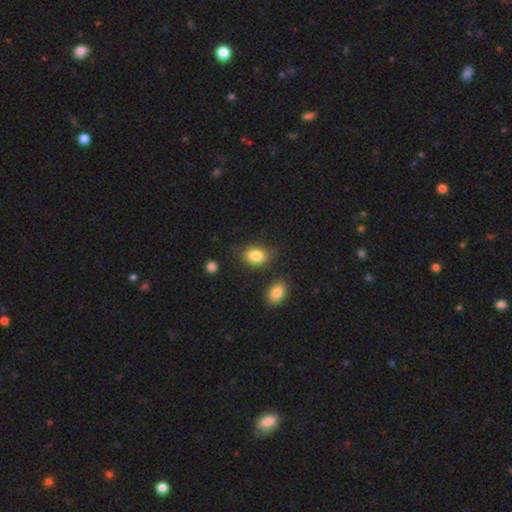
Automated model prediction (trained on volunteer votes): smooth 84%, star or artifact 9%, featured or disk 7%. Down the decision tree: how rounded — in between (75%); merging — none (74%).